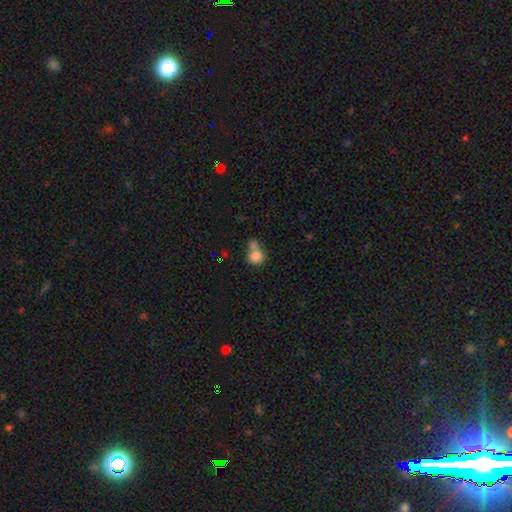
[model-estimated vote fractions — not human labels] smooth 82%, star or artifact 10%, featured or disk 8%. Down the decision tree: how rounded — round (84%); merging — merger (44%).